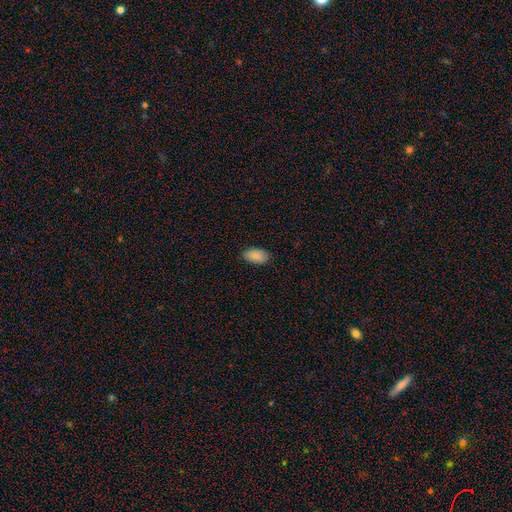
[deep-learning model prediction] This is clearly a smooth galaxy (87%). How rounded: clearly in between (94%). Merging: clearly none (86%).